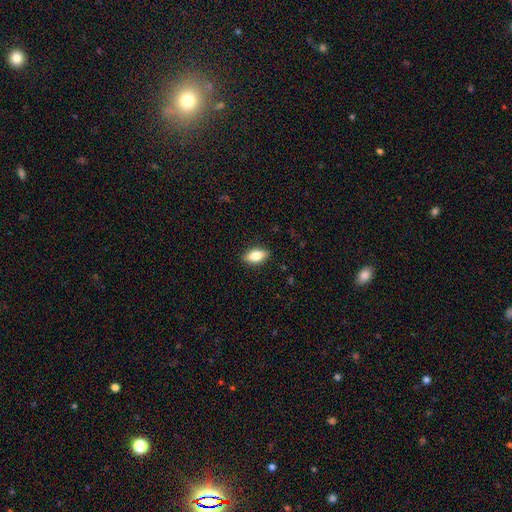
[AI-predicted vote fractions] Smooth or featured?
  - smooth: 77% *
  - featured or disk: 16%
  - star or artifact: 7%
How rounded?
  - in between: 87% *
  - cigar-shaped: 8%
  - round: 6%
Merging?
  - none: 88% *
  - minor disturbance: 9%
  - major disturbance: 2%
  - merger: 1%